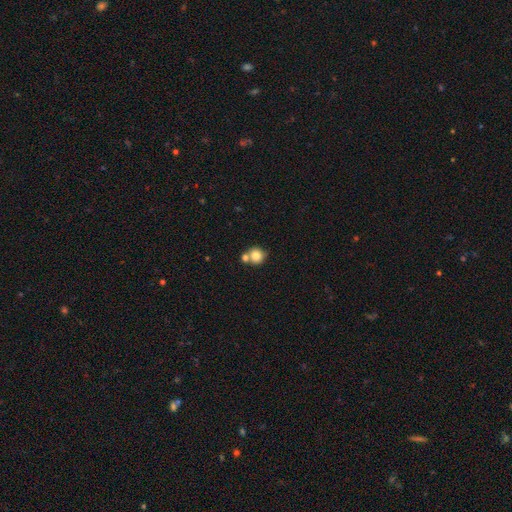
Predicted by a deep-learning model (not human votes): Overall: smooth (80%). How rounded: round (88%). Merging: none (54%; merger 34%).